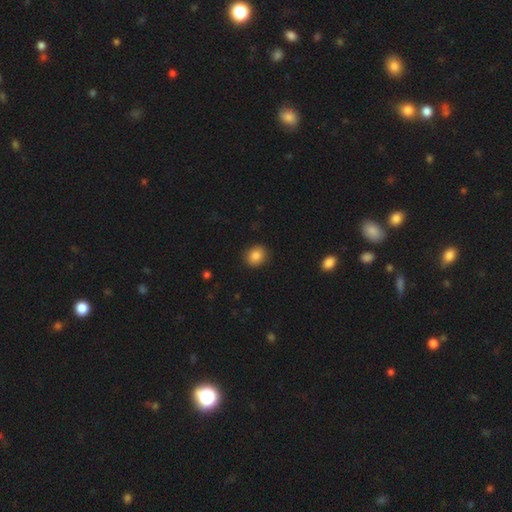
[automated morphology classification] type=smooth (85%); roundness=round (72%); merging=none (90%).